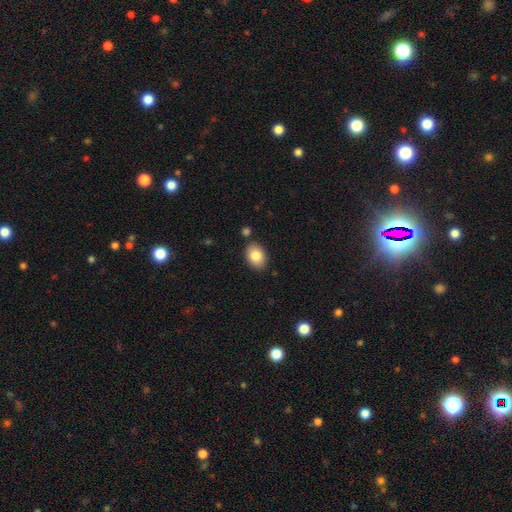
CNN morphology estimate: Smooth or featured?
  - smooth: 83% *
  - featured or disk: 9%
  - star or artifact: 7%
How rounded?
  - in between: 78% *
  - round: 21%
  - cigar-shaped: 1%
Merging?
  - none: 84% *
  - minor disturbance: 10%
  - merger: 3%
  - major disturbance: 2%